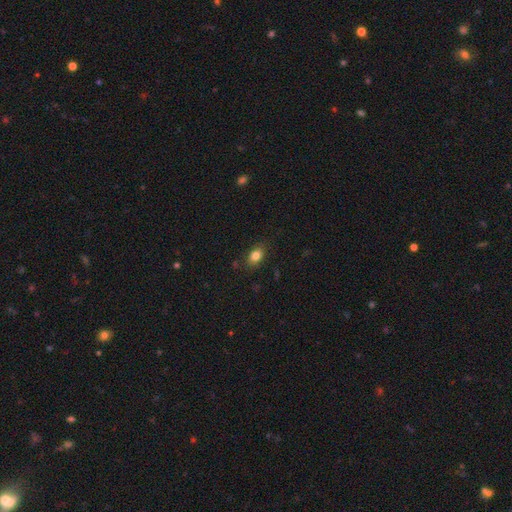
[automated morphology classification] Smooth or featured? smooth (83%)
How rounded? in between (82%)
Merging? none (84%)